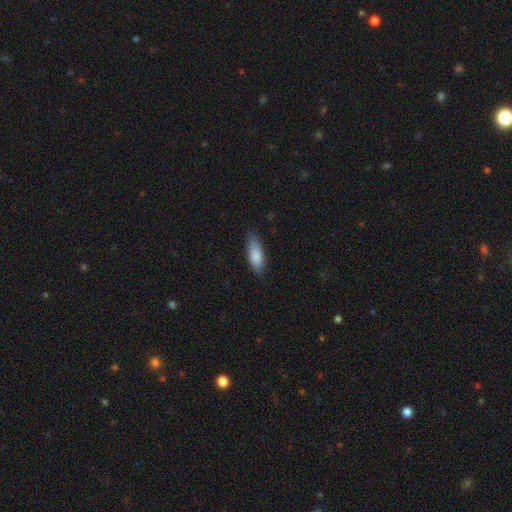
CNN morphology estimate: smooth_or_featured: smooth (p=0.85) [alt: featured or disk p=0.09]
how_rounded: in between (p=0.68) [alt: cigar-shaped p=0.30]
merging: none (p=0.78) [alt: minor disturbance p=0.18]